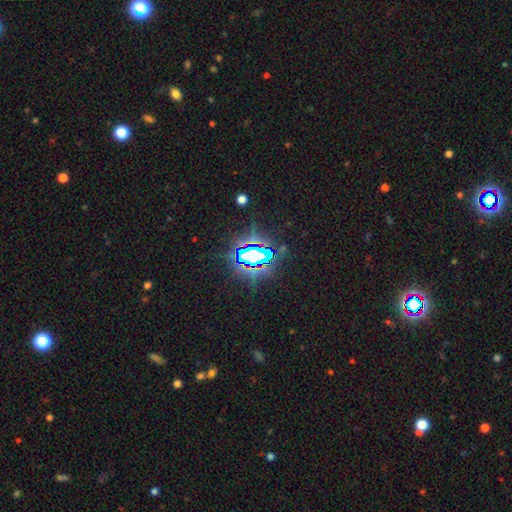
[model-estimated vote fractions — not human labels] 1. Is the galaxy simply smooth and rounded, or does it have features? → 76% star or artifact, 13% smooth, 11% featured or disk.